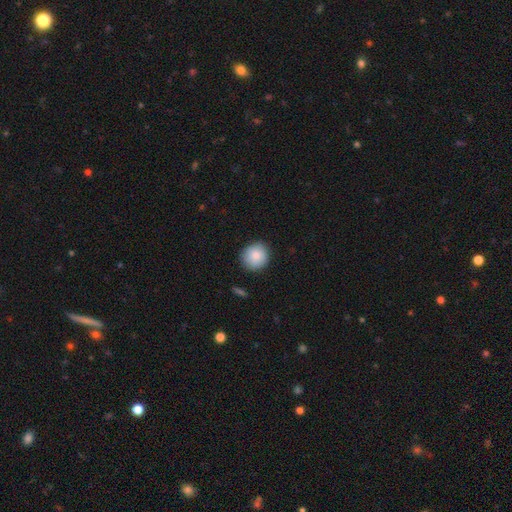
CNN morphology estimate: Overall: smooth (86%). How rounded: round (90%). Merging: none (89%).